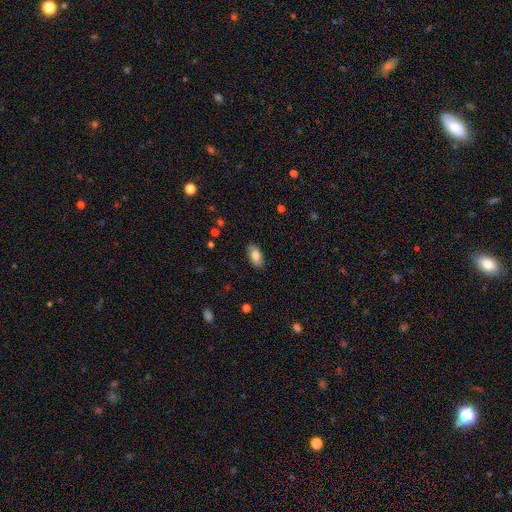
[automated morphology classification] Overall: smooth (77%). How rounded: in between (90%). Merging: none (85%).